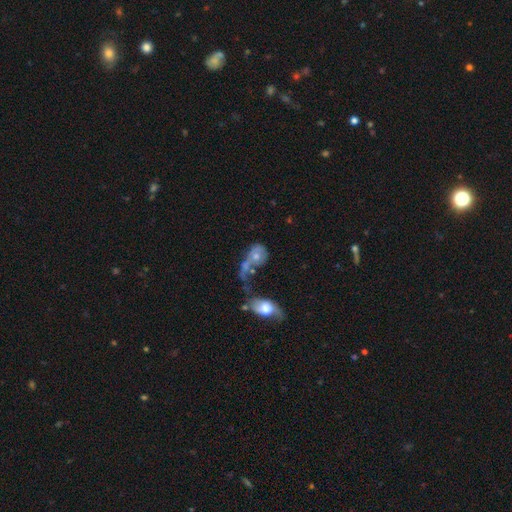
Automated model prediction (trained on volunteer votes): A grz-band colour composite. It shows a smooth galaxy with no disk features (51%) that is in between round and cigar-shaped (64%). Merging: merger (47%).